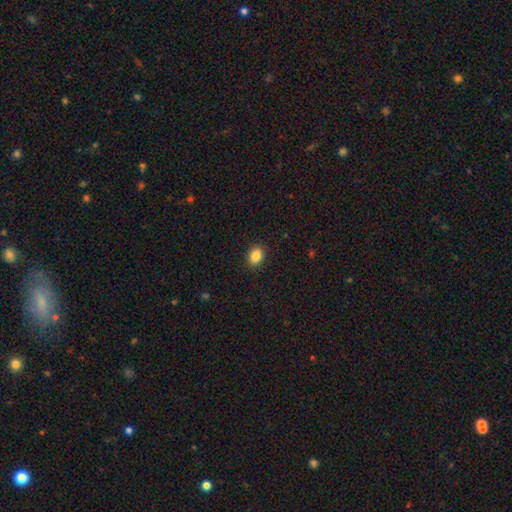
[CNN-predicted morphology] A smooth galaxy with no disk features (87%) that is in between round and cigar-shaped (68%).

Vote fractions:
- Smooth or featured? smooth: 87% / star or artifact: 9% / featured or disk: 4%
- How rounded? in between: 68% / round: 31% / cigar-shaped: 1%
- Merging? none: 89% / minor disturbance: 8% / major disturbance: 2% / merger: 1%